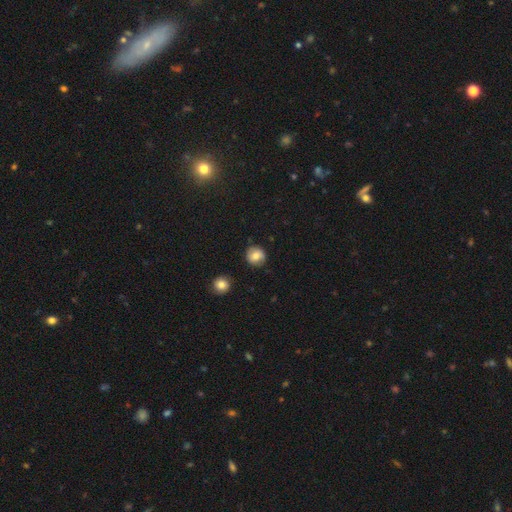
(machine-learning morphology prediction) This appears to be a smooth galaxy with no disk features (74%) that is round (90%). Merging: none (84%).